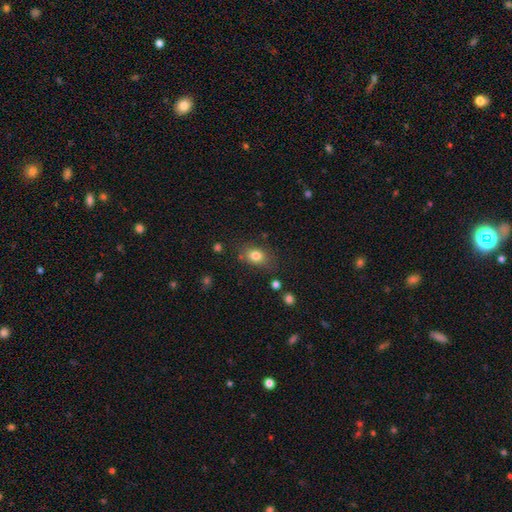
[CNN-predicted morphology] smooth 81%, star or artifact 10%, featured or disk 9%. Down the decision tree: how rounded — in between (65%); merging — none (74%).